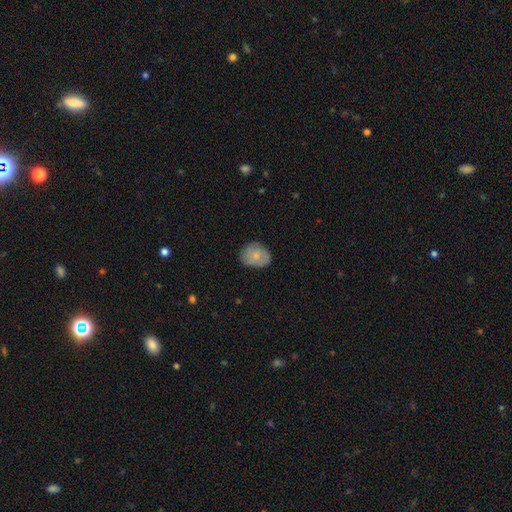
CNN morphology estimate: Smooth or featured: smooth — 70% (featured or disk — 23%)
How rounded: in between — 52% (round — 47%)
Merging: none — 71% (minor disturbance — 23%)